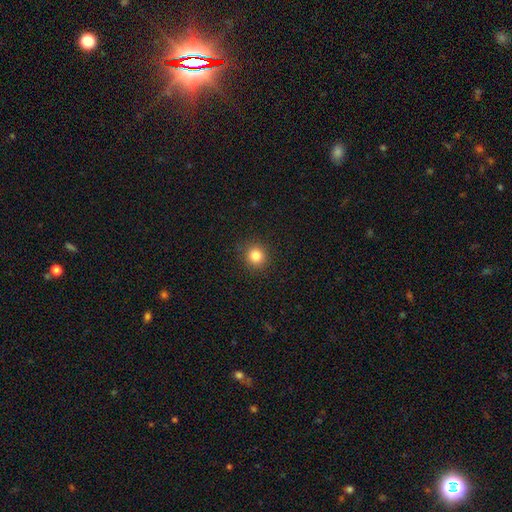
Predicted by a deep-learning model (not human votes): Smooth or featured? Predicted: smooth (p=0.83). How rounded? Predicted: round (p=0.92). Merging? Predicted: none (p=0.90).